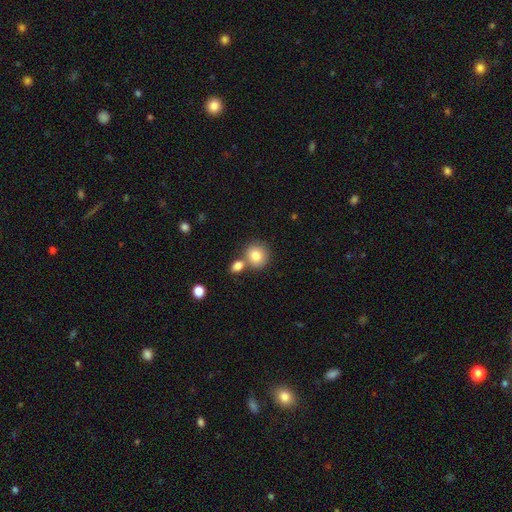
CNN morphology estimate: Smooth or featured? smooth (81%)
How rounded? round (84%)
Merging? none (57%)